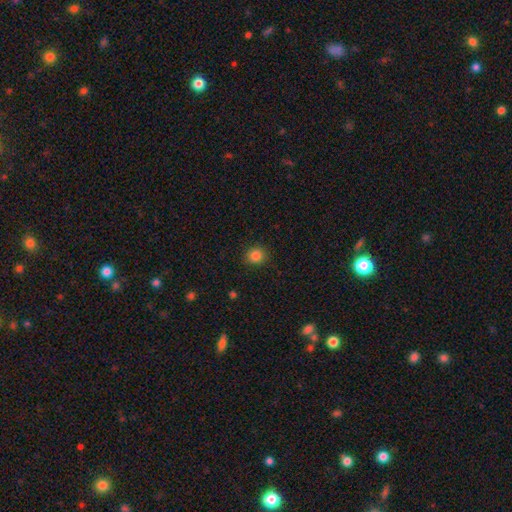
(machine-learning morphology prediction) type=smooth (84%); roundness=round (86%); merging=none (89%).